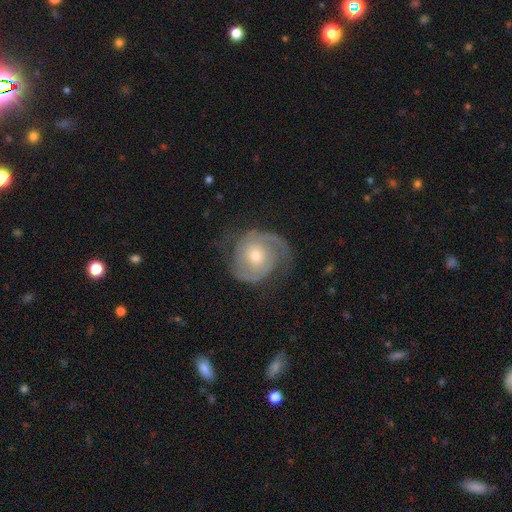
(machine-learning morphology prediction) Smooth or featured: featured or disk — 84% (smooth — 10%)
Edge-on disk: no — 98% (yes — 2%)
Bar: no — 72% (weak — 23%)
Spiral arms: yes — 96% (no — 4%)
Spiral winding: tight — 50% (medium — 38%)
Spiral arm count: 2 — 84% (can't tell — 6%)
Bulge size: moderate — 50% (small — 45%)
Merging: none — 72% (minor disturbance — 17%)